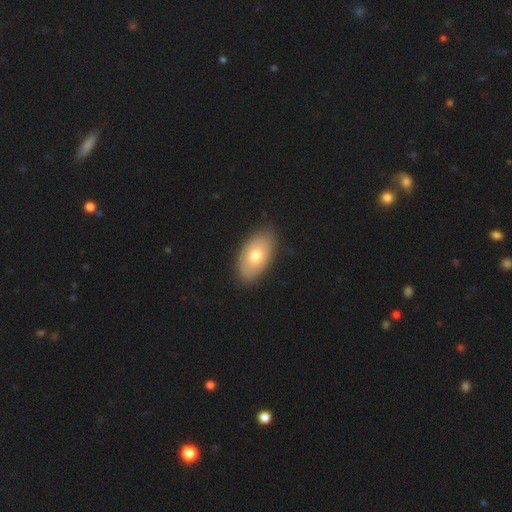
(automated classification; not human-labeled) This is likely a smooth galaxy (68%). How rounded: clearly in between (93%). Merging: clearly none (84%).